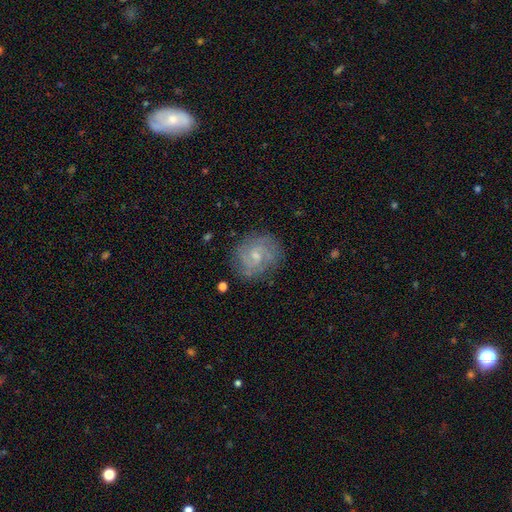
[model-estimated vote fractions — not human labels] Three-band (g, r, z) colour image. It shows a featured or disk galaxy (74%) with no bar (56%), 2 (41%) tight (49%) spiral arms (91%) and a small central bulge (60%). Merging: none (77%).